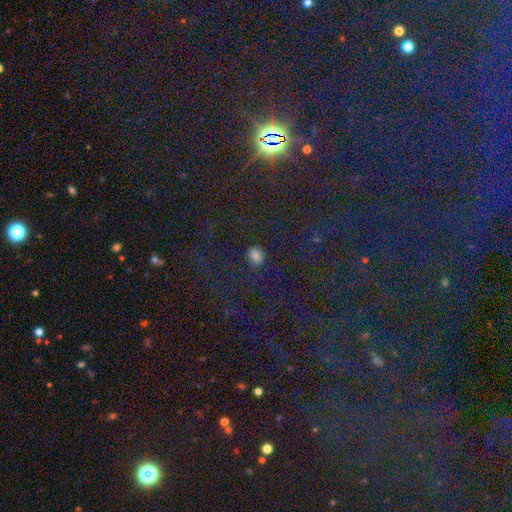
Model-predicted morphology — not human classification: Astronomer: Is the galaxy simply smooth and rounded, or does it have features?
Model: smooth — 75%.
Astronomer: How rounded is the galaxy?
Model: round — 59% (runner-up: in between, 40%).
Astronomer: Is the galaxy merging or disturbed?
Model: none — 85%.